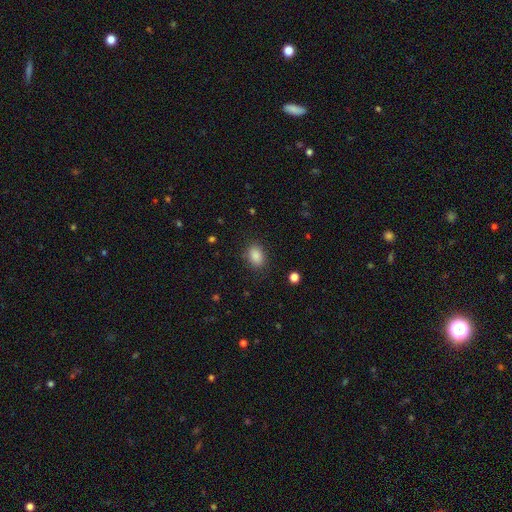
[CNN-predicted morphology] The model was most divided on "how rounded": in between: 79%, round: 20%, cigar-shaped: 1%. More confident: smooth or featured — smooth (87%); merging — none (85%).